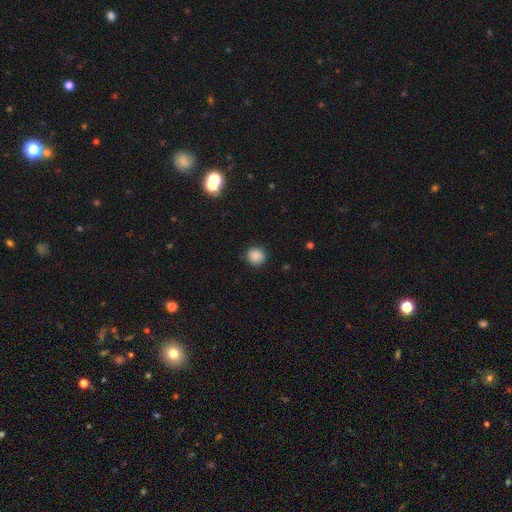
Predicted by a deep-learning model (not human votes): Smooth or featured?
  - smooth: 86% *
  - star or artifact: 10%
  - featured or disk: 4%
How rounded?
  - round: 91% *
  - in between: 8%
  - cigar-shaped: 1%
Merging?
  - none: 88% *
  - minor disturbance: 8%
  - major disturbance: 2%
  - merger: 1%